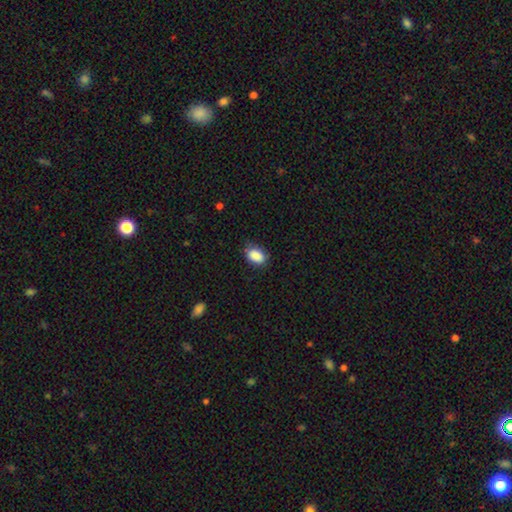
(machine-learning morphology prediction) smooth 89%, star or artifact 8%, featured or disk 4%. Down the decision tree: how rounded — in between (83%); merging — none (74%).